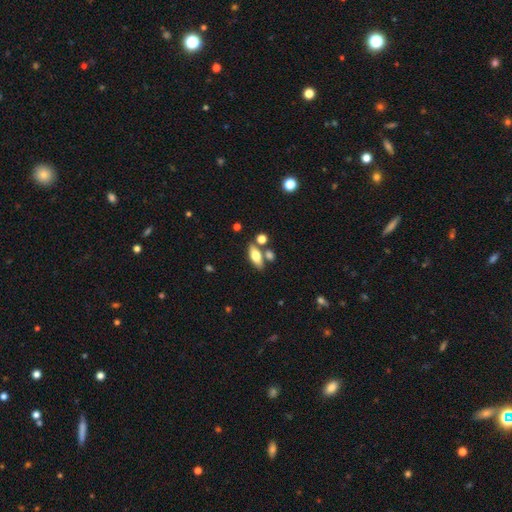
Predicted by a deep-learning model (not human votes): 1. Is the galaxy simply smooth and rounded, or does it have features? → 60% smooth, 32% featured or disk, 8% star or artifact.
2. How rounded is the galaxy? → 70% in between, 25% cigar-shaped, 5% round.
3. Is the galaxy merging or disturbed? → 70% none, 15% merger, 12% minor disturbance, 4% major disturbance.